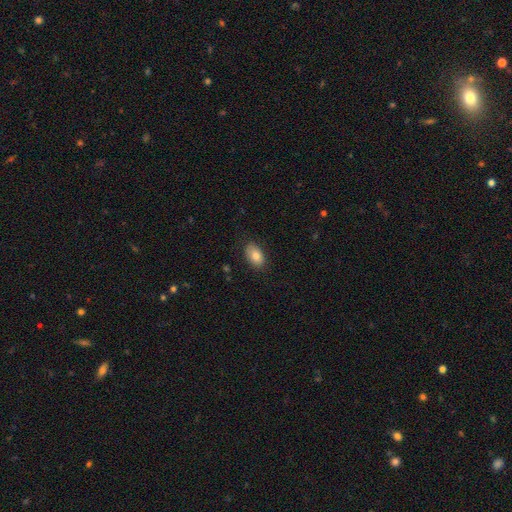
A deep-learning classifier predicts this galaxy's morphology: This appears to be a smooth galaxy with no disk features (81%) that is in between round and cigar-shaped (91%). Merging: none (84%).